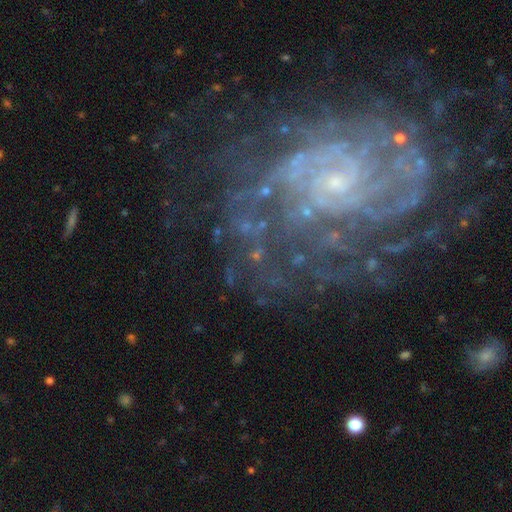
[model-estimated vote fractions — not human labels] The model was most divided on "spiral arm count": can't tell: 39%, 2: 16%, 4: 13%, 3: 12%, more than 4: 12%, 1: 8%. More confident: edge-on disk — no (97%); spiral arms — yes (93%); smooth or featured — featured or disk (86%); bulge size — small (78%); bar — no (66%); spiral winding — tight (66%); merging — none (65%).